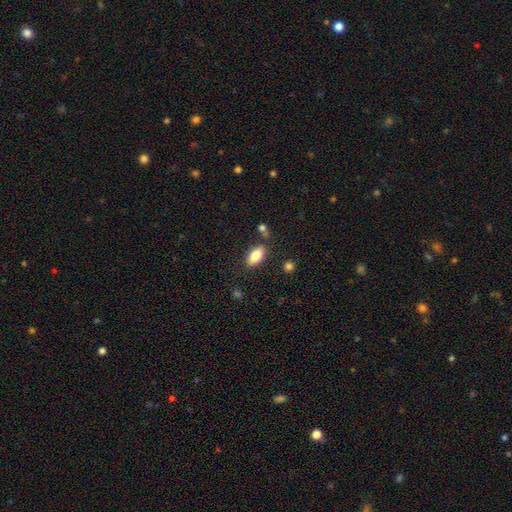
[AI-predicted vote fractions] Overall: smooth (82%). How rounded: in between (90%). Merging: none (81%).